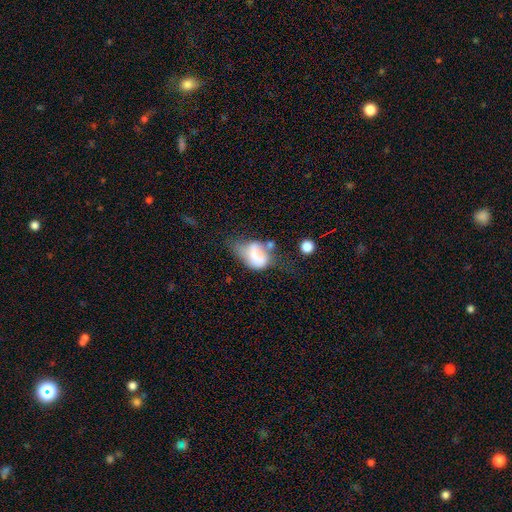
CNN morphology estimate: This appears to be a smooth galaxy with no disk features (60%) that is in between round and cigar-shaped (79%). Merging: major disturbance (35%).